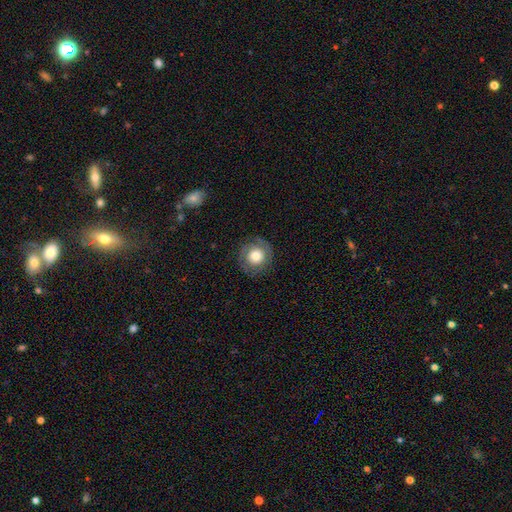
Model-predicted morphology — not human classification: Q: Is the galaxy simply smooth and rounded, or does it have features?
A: smooth — 62%.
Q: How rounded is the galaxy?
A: round — 92%.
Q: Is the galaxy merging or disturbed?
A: none — 82%.